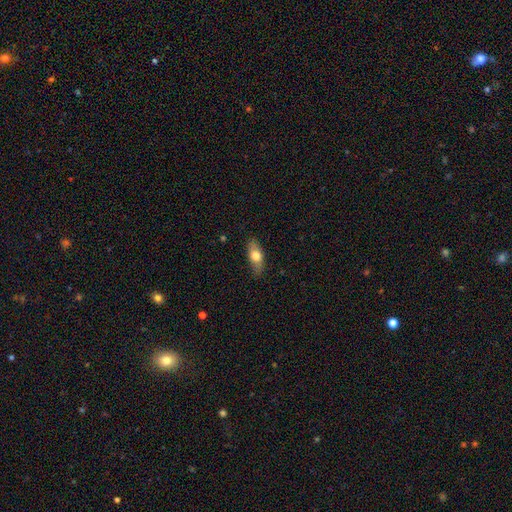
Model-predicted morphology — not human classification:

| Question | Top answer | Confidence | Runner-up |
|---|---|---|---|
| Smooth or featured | smooth | 69% | featured or disk (24%) |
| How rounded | in between | 78% | cigar-shaped (18%) |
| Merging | none | 82% | minor disturbance (14%) |